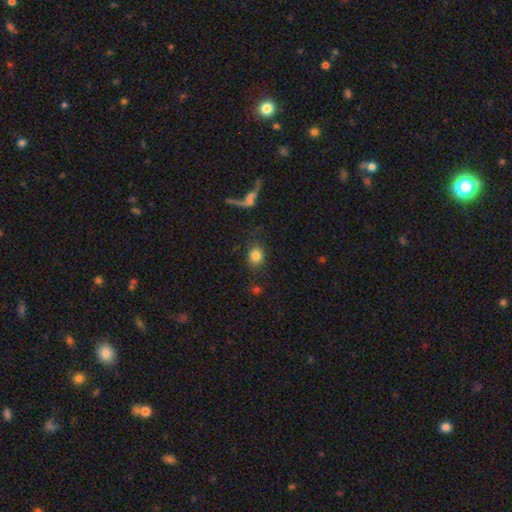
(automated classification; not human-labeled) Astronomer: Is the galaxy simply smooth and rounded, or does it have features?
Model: smooth — 82%.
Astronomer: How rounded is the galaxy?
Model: round — 68%.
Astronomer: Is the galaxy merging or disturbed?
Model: none — 76%.